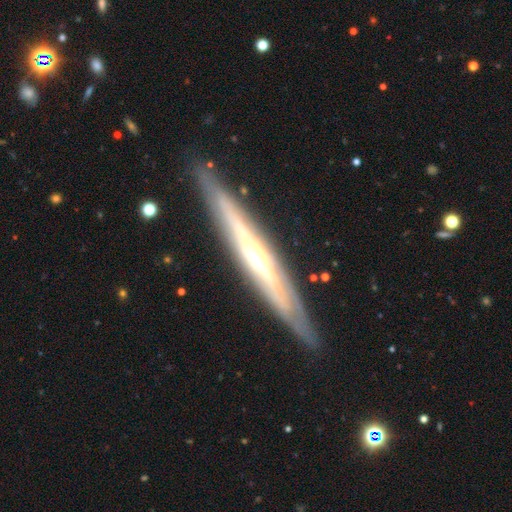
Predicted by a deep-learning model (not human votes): featured or disk 79%, smooth 15%, star or artifact 6%. Down the decision tree: edge-on disk — yes (89%); edge-on bulge — rounded (65%); merging — none (87%).